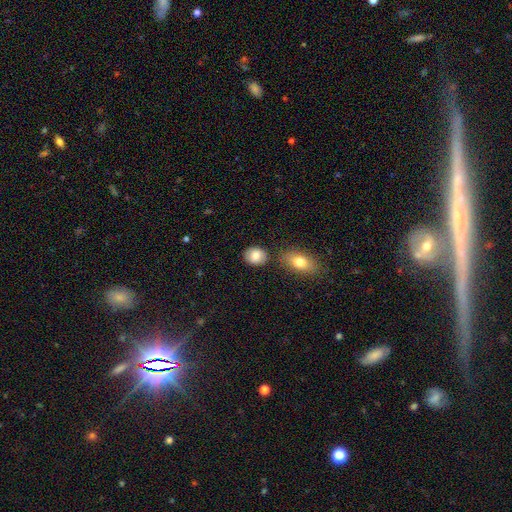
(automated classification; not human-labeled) Smooth or featured: smooth — 82% (featured or disk — 11%)
How rounded: round — 50% (in between — 49%)
Merging: none — 80% (minor disturbance — 11%)